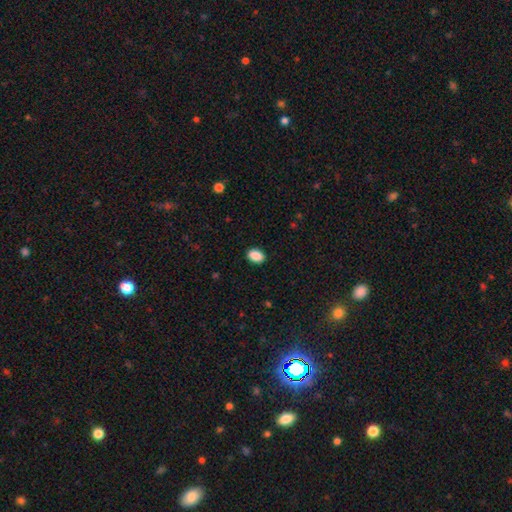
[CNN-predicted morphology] This is clearly a smooth galaxy (90%). How rounded: clearly in between (81%). Merging: clearly none (90%).